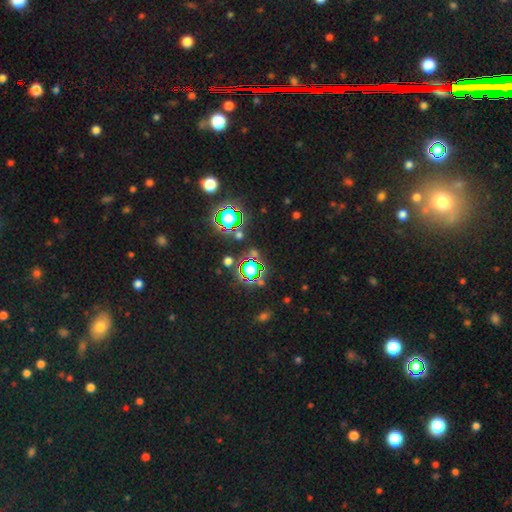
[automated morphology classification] Smooth or featured?
  - star or artifact: 66% *
  - smooth: 25%
  - featured or disk: 10%